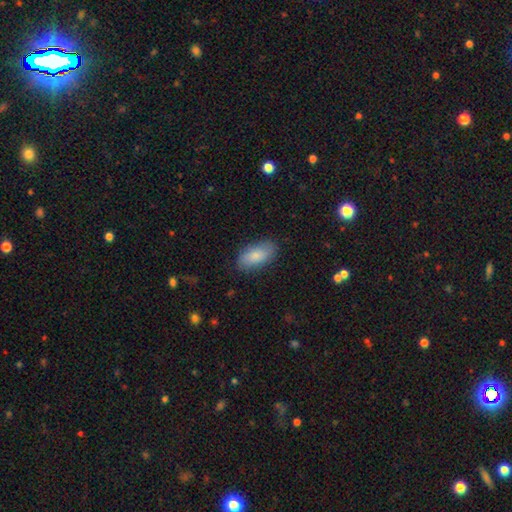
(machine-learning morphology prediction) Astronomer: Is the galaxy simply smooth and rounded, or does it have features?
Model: smooth — 84%.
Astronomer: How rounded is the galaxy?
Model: in between — 91%.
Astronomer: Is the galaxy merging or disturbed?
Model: none — 84%.